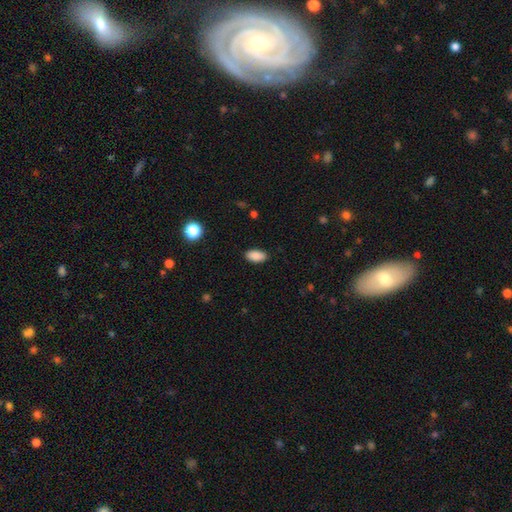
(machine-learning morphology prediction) type=smooth (88%); roundness=in between (93%); merging=none (87%).